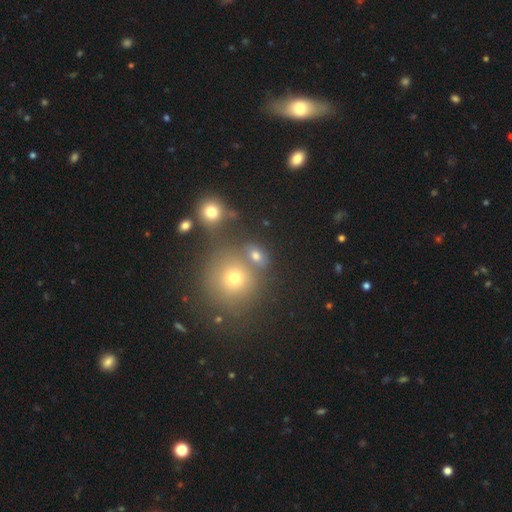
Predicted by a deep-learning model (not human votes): Smooth or featured: smooth — 70% (star or artifact — 20%)
How rounded: round — 56% (in between — 42%)
Merging: none — 62% (merger — 23%)